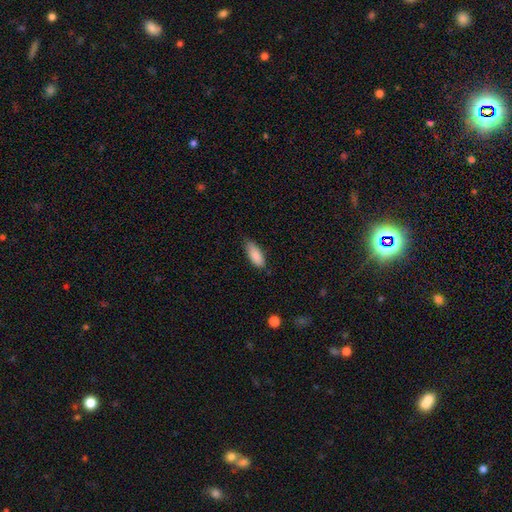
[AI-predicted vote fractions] Smooth or featured? smooth (87%)
How rounded? in between (79%)
Merging? none (77%)